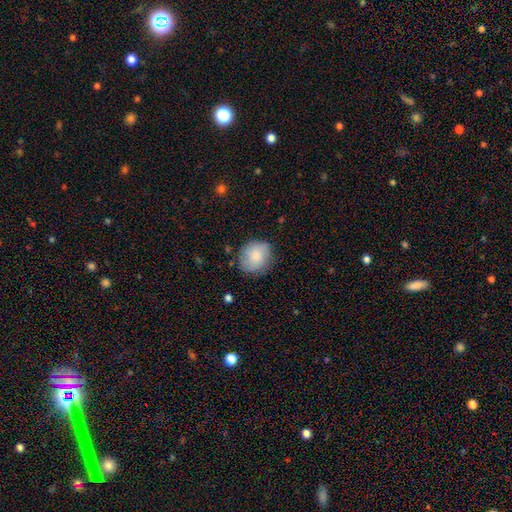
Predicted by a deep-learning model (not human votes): This appears to be a smooth galaxy with no disk features (79%) that is round (77%). Merging: none (76%).